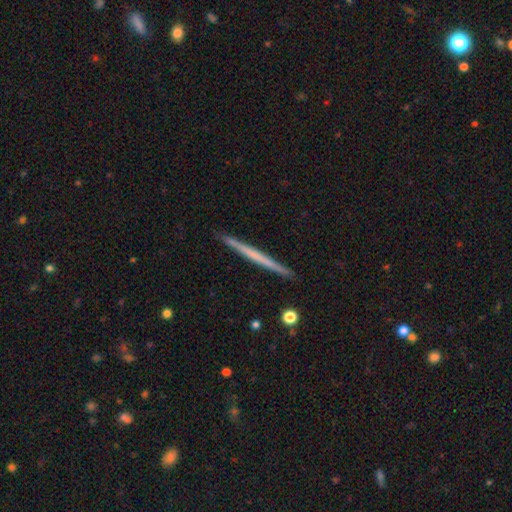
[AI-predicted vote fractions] smooth-or-featured: featured or disk: 50% | smooth: 45% | star or artifact: 5%
  disk-edge-on: yes: 98% | no: 2%
  merging: none: 92% | minor disturbance: 6% | merger: 1% | major disturbance: 1%